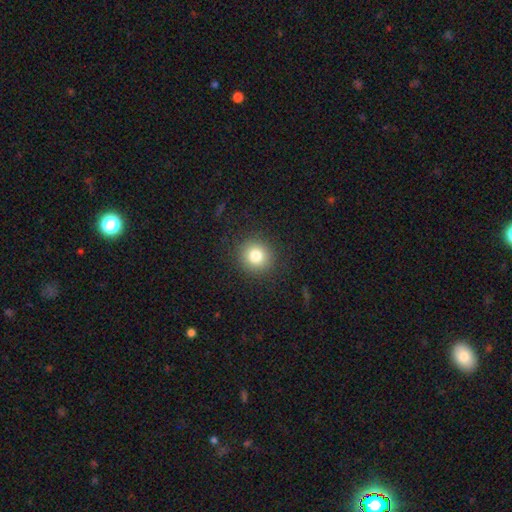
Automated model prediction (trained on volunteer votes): The model was most divided on "smooth or featured": smooth: 80%, star or artifact: 11%, featured or disk: 8%. More confident: how rounded — round (92%); merging — none (90%).